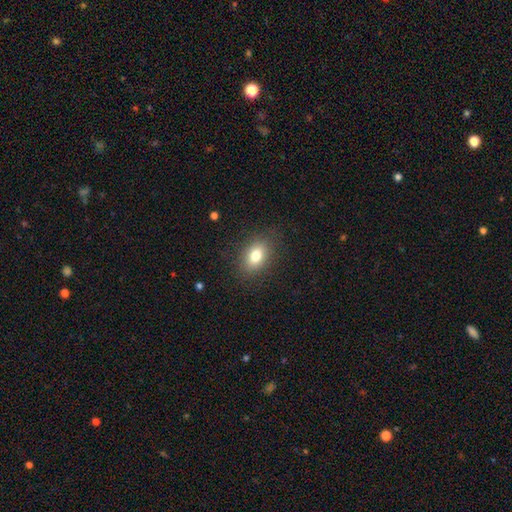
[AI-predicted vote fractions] smooth-or-featured: smooth: 79% | featured or disk: 11% | star or artifact: 10%
  how-rounded: in between: 82% | round: 16% | cigar-shaped: 2%
  merging: none: 85% | minor disturbance: 10% | major disturbance: 4% | merger: 1%